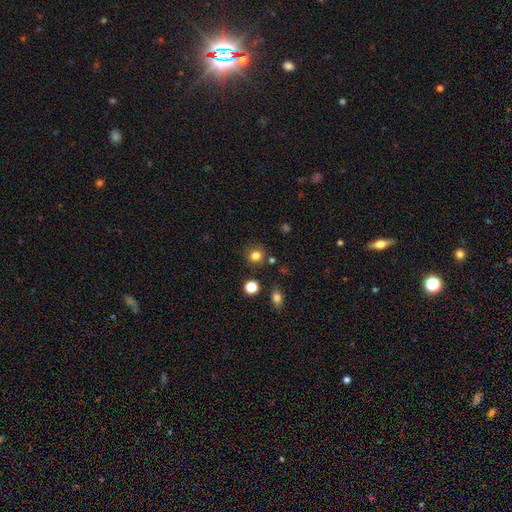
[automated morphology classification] Smooth or featured: smooth — 81% (star or artifact — 13%)
How rounded: round — 84% (in between — 15%)
Merging: none — 84% (minor disturbance — 9%)